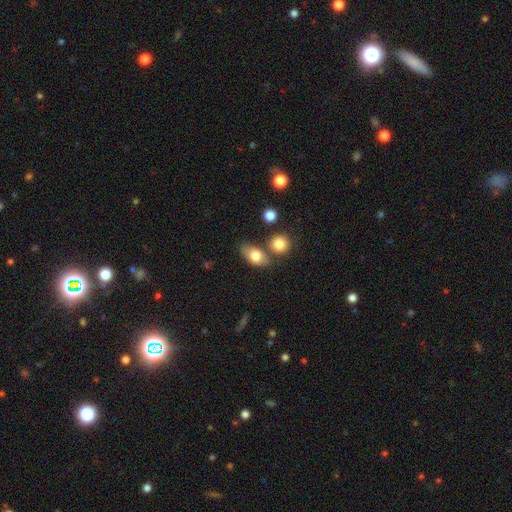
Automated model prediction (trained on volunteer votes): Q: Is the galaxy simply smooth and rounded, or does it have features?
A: smooth — 75%.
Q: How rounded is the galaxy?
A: in between — 84%.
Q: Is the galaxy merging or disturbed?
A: none — 62%.